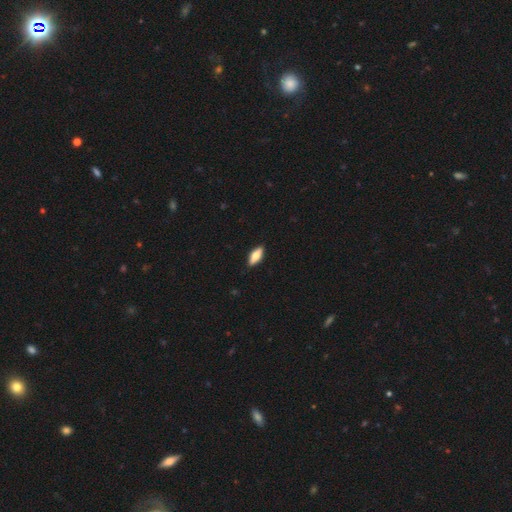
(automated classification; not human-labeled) This is likely a smooth galaxy (70%). How rounded: likely in between (71%). Merging: clearly none (89%).